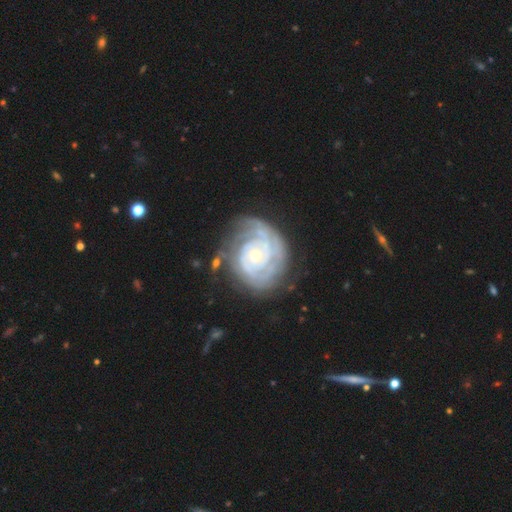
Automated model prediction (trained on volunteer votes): smooth_or_featured: featured or disk (p=0.89) [alt: smooth p=0.06]
disk_edge_on: no (p=0.97) [alt: yes p=0.03]
bar: no (p=0.79) [alt: weak p=0.16]
has_spiral_arms: yes (p=0.96) [alt: no p=0.04]
spiral_winding: tight (p=0.80) [alt: medium p=0.16]
spiral_arm_count: can't tell (p=0.31) [alt: 2 p=0.24]
bulge_size: small (p=0.61) [alt: moderate p=0.35]
merging: none (p=0.66) [alt: minor disturbance p=0.21]